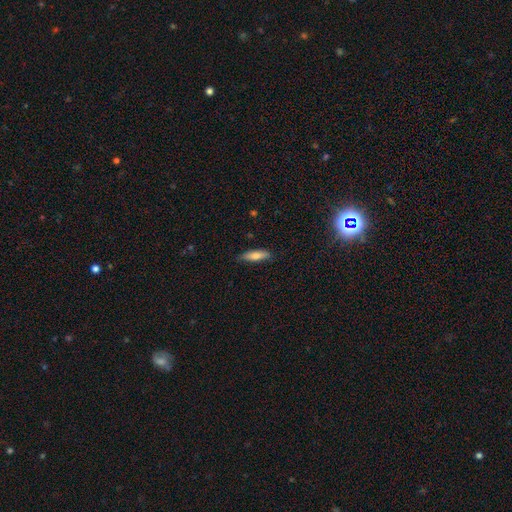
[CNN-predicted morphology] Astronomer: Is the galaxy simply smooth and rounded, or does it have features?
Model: smooth — 74%.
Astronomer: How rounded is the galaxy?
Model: cigar-shaped — 57% (runner-up: in between, 41%).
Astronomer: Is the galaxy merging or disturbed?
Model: none — 82%.